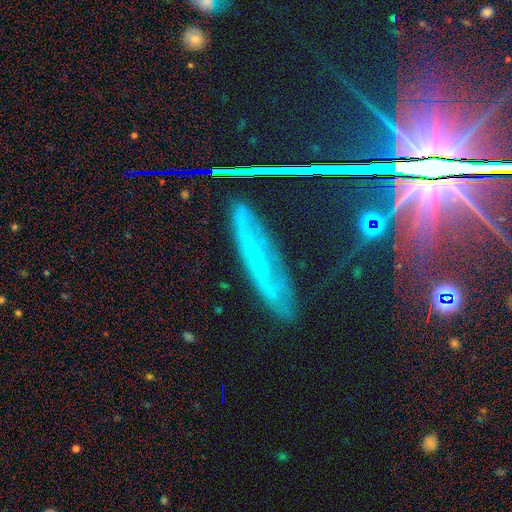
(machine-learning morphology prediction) A featured or disk galaxy (41%). Merging: none (77%).